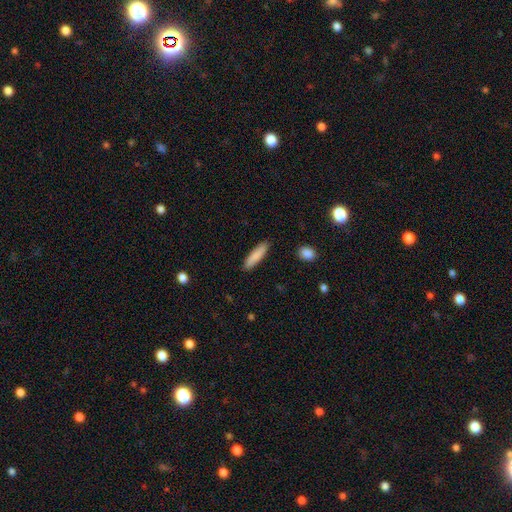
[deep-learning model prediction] Smooth or featured?
  - smooth: 85% *
  - featured or disk: 9%
  - star or artifact: 6%
How rounded?
  - cigar-shaped: 76% *
  - in between: 22%
  - round: 1%
Merging?
  - none: 89% *
  - minor disturbance: 8%
  - major disturbance: 2%
  - merger: 1%